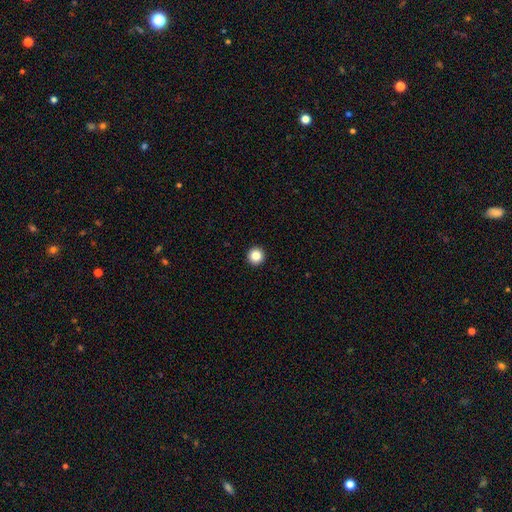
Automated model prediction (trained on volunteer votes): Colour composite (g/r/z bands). It shows a smooth galaxy with no disk features (85%) that is round (96%). Merging: none (94%).